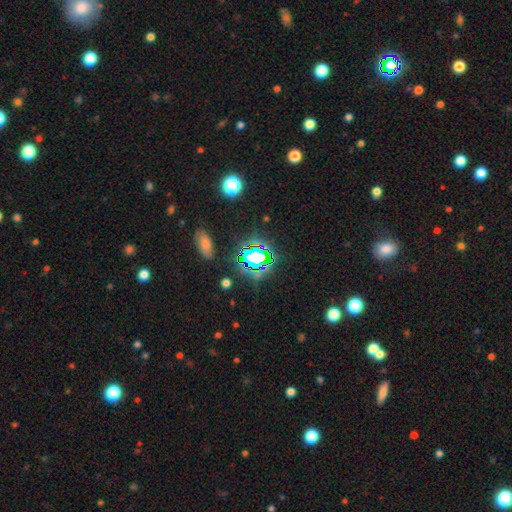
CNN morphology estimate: A star or artifact, not a galaxy (67%).

Vote fractions:
- Smooth or featured? star or artifact: 67% / smooth: 21% / featured or disk: 12%